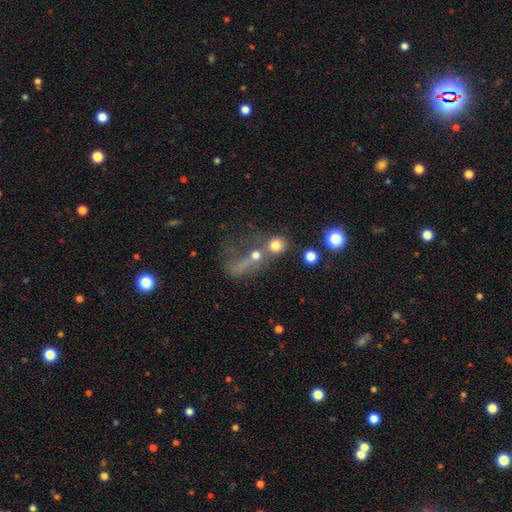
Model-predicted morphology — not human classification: A smooth galaxy with no disk features (51%) that is round (59%). Merging: merger (40%).